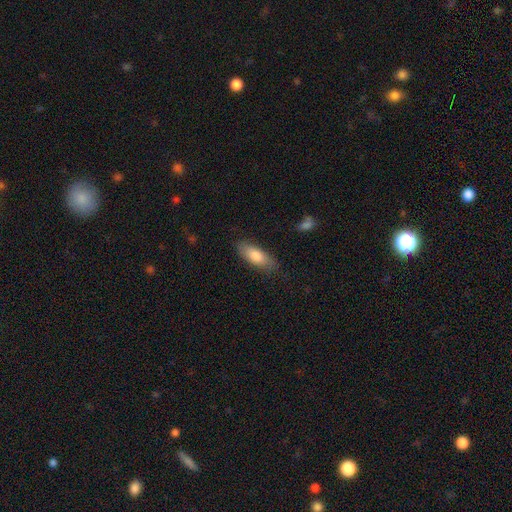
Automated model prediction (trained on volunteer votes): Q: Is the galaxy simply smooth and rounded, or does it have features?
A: smooth — 79%.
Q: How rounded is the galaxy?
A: in between — 71%.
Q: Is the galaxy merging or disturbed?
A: none — 81%.